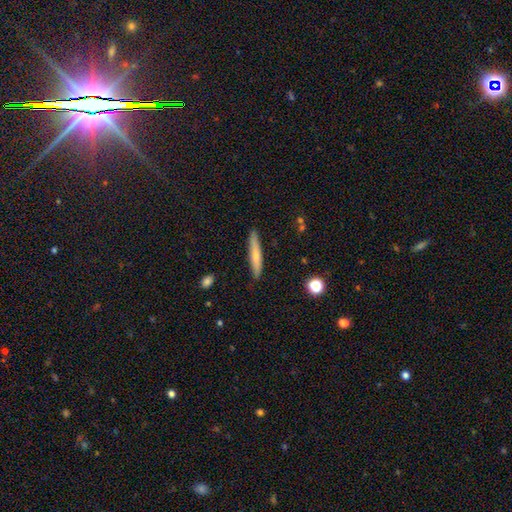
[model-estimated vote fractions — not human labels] smooth_or_featured: smooth (p=0.61) [alt: featured or disk p=0.33]
how_rounded: cigar-shaped (p=0.91) [alt: in between p=0.07]
merging: none (p=0.87) [alt: minor disturbance p=0.10]